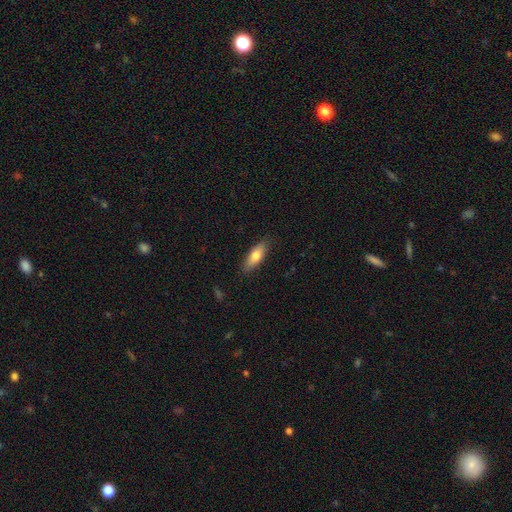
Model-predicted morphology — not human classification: smooth-or-featured: smooth: 73% | featured or disk: 21% | star or artifact: 6%
  how-rounded: in between: 65% | cigar-shaped: 33% | round: 3%
  merging: none: 85% | minor disturbance: 12% | major disturbance: 2% | merger: 1%